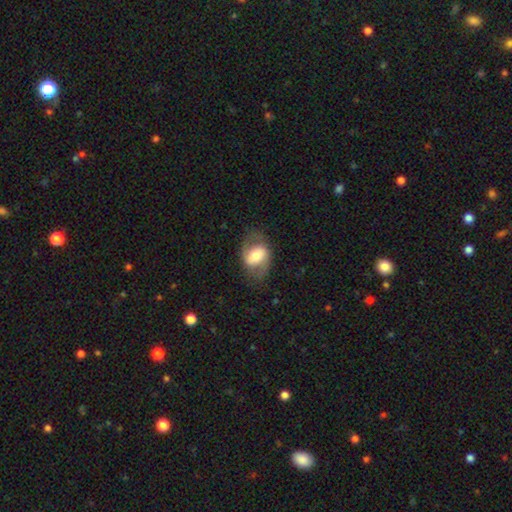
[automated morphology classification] type=featured or disk (54%); edge-on=no (94%); bar=weak (38%); spiral arms=yes (68%); bulge=moderate (51%); merging=none (72%).